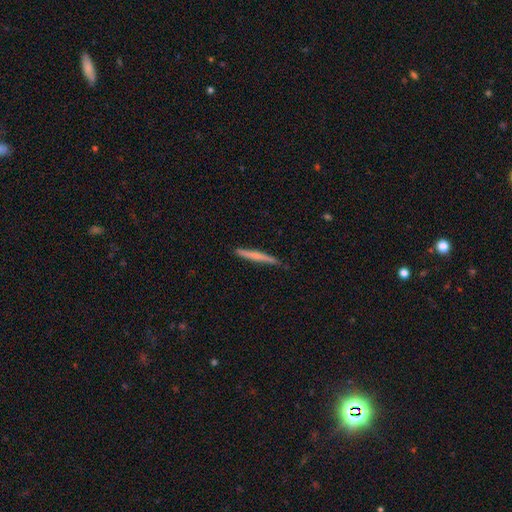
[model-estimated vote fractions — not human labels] Smooth or featured? smooth (57%)
How rounded? cigar-shaped (96%)
Merging? none (84%)